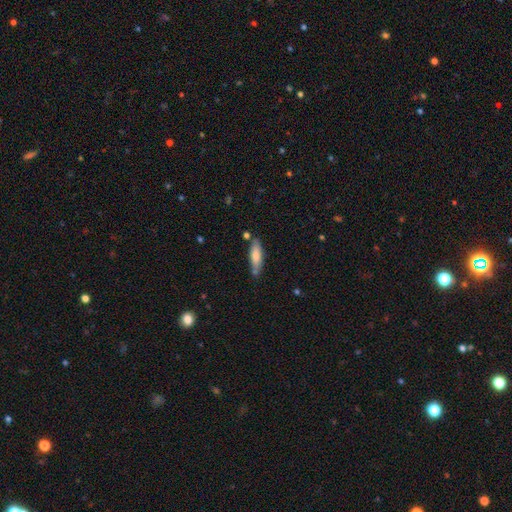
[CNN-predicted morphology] Overall: smooth (68%). How rounded: cigar-shaped (55%; in between 43%). Merging: none (75%).